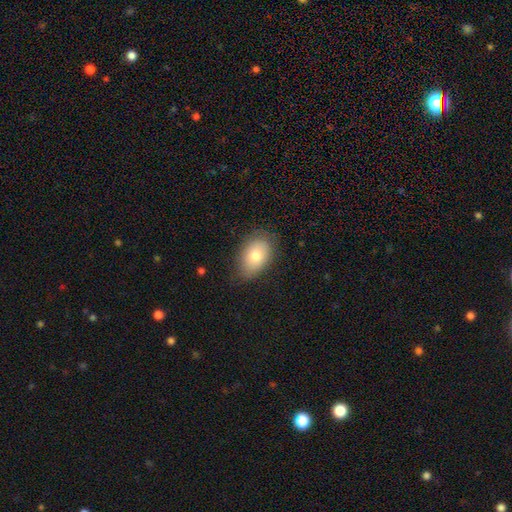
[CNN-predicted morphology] Smooth or featured? smooth (77%)
How rounded? in between (85%)
Merging? none (79%)